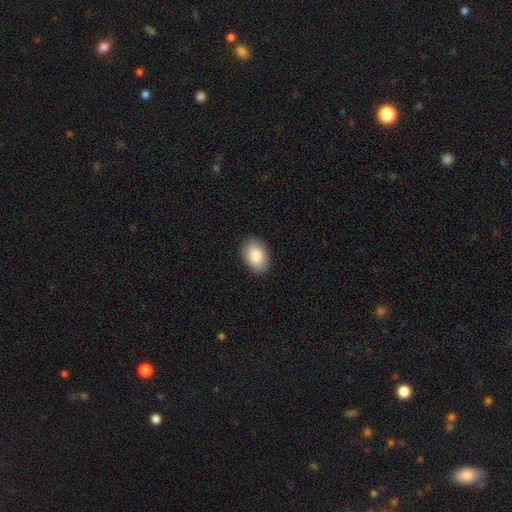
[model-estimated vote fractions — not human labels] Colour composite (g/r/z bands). It shows a smooth galaxy with no disk features (87%) that is in between round and cigar-shaped (84%). Merging: none (88%).